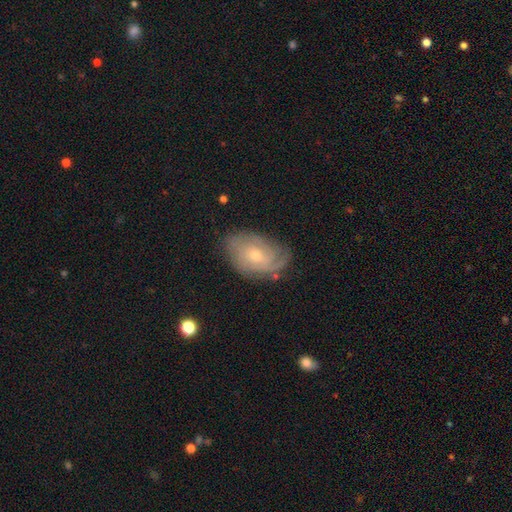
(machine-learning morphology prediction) featured or disk 75%, smooth 18%, star or artifact 7%. Down the decision tree: edge-on disk — no (96%); bar — no (70%); spiral arms — yes (92%); spiral arm count — can't tell (39%); spiral winding — tight (59%); bulge size — small (62%); merging — none (70%).